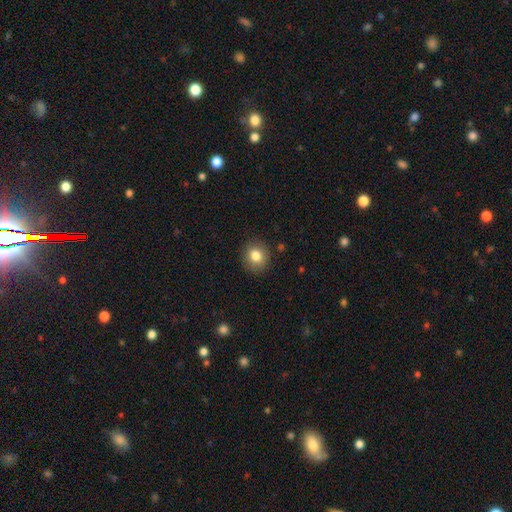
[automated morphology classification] A smooth galaxy with no disk features (81%) that is round (75%).

Vote fractions:
- Smooth or featured? smooth: 81% / star or artifact: 10% / featured or disk: 9%
- How rounded? round: 75% / in between: 24% / cigar-shaped: 1%
- Merging? none: 88% / minor disturbance: 9% / major disturbance: 2% / merger: 1%